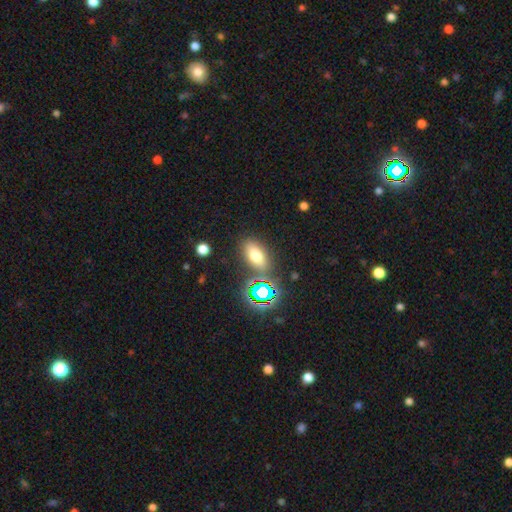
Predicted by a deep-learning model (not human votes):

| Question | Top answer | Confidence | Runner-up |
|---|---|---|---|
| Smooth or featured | smooth | 62% | star or artifact (23%) |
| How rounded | in between | 76% | round (15%) |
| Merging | none | 79% | minor disturbance (11%) |